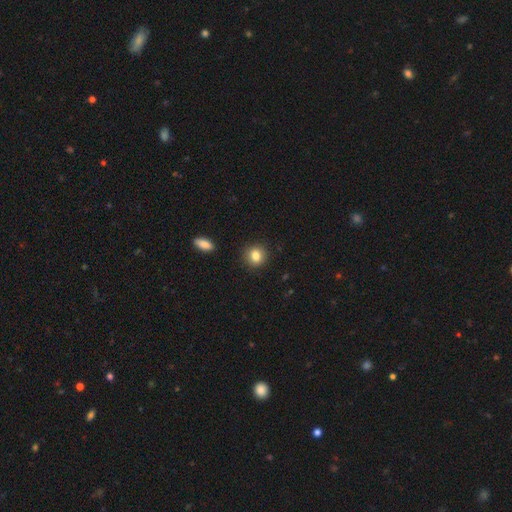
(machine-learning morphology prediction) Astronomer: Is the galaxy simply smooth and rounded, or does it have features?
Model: smooth — 83%.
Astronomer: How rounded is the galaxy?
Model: round — 83%.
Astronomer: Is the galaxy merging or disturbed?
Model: none — 90%.